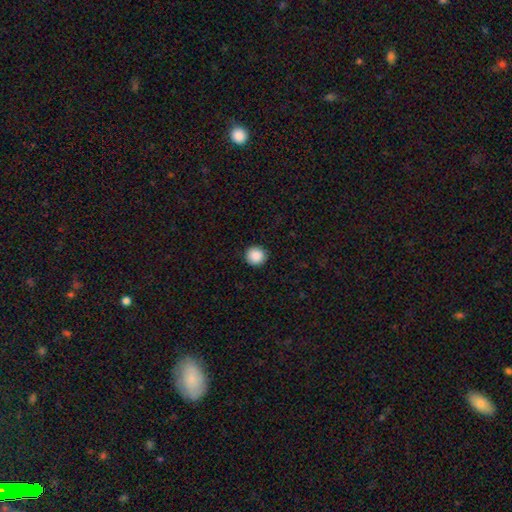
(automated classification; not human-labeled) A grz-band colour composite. It shows a smooth galaxy with no disk features (89%) that is round (94%). Merging: none (92%).